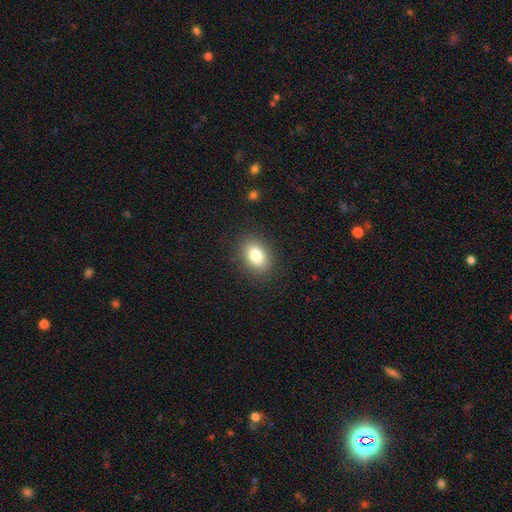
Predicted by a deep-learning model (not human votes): A smooth galaxy with no disk features (83%) that is in between round and cigar-shaped (81%).

Vote fractions:
- Smooth or featured? smooth: 83% / star or artifact: 9% / featured or disk: 8%
- How rounded? in between: 81% / round: 17% / cigar-shaped: 1%
- Merging? none: 87% / minor disturbance: 9% / major disturbance: 3% / merger: 1%